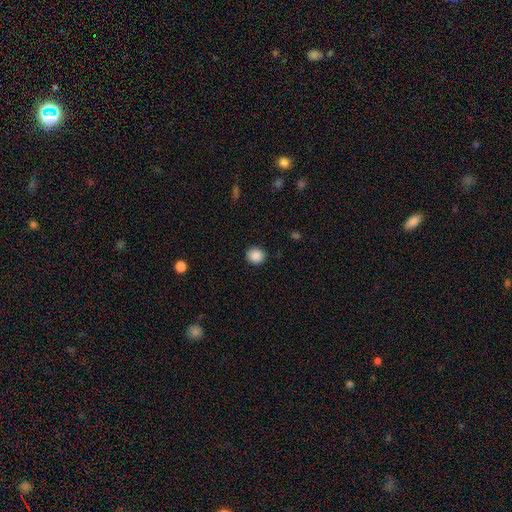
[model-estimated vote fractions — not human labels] smooth_or_featured: smooth (p=0.88) [alt: star or artifact p=0.09]
how_rounded: round (p=0.85) [alt: in between p=0.15]
merging: none (p=0.90) [alt: minor disturbance p=0.07]